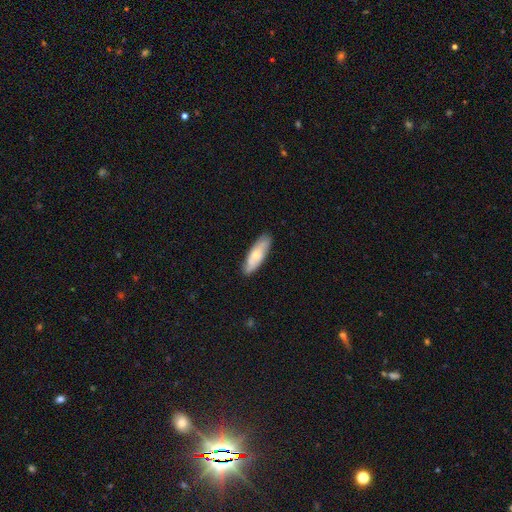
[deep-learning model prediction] Overall: smooth (57%; featured or disk 38%). How rounded: in between (56%; cigar-shaped 42%). Merging: none (82%).